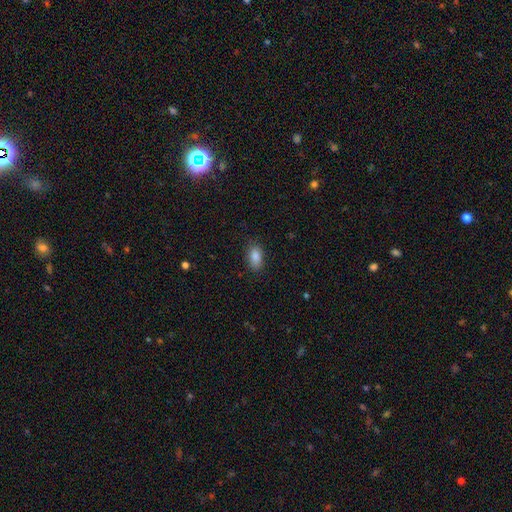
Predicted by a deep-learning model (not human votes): This is clearly a smooth galaxy (87%). How rounded: clearly in between (90%). Merging: clearly none (84%).